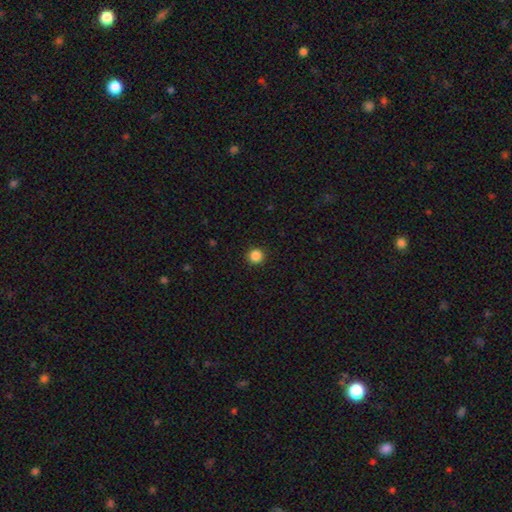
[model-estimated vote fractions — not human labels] Smooth or featured: smooth — 87% (star or artifact — 11%)
How rounded: round — 96% (in between — 4%)
Merging: none — 93% (minor disturbance — 4%)